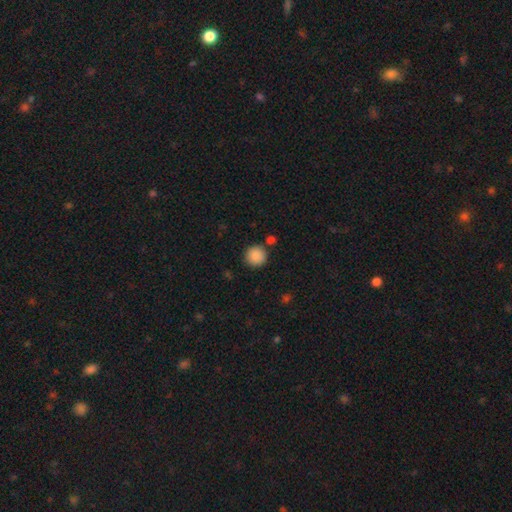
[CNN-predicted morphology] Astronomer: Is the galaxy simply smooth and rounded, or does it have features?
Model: smooth — 88%.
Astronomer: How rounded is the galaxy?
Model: round — 94%.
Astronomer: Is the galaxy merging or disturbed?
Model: none — 85%.